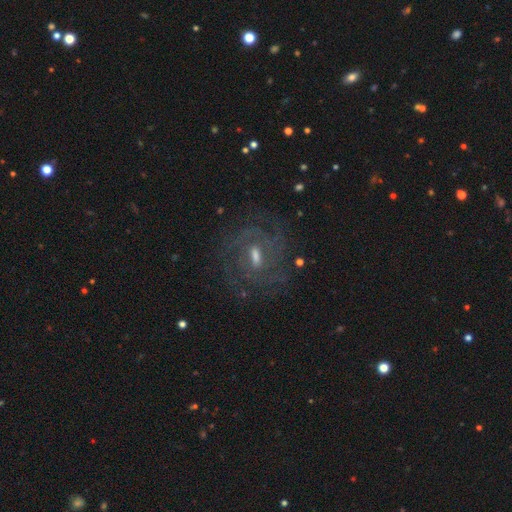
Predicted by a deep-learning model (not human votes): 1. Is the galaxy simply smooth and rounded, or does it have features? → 79% featured or disk, 11% smooth, 10% star or artifact.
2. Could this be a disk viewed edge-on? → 94% no, 6% yes.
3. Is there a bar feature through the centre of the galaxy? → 55% weak, 27% strong, 18% no.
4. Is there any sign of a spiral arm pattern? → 90% yes, 10% no.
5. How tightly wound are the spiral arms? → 53% tight, 38% medium, 9% loose.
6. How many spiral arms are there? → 38% can't tell, 22% 2, 19% 3, 11% 4, 5% more than 4, 5% 1.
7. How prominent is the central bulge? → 55% moderate, 26% small, 10% large, 7% none, 1% dominant.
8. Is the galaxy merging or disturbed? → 72% none, 15% minor disturbance, 10% major disturbance, 2% merger.